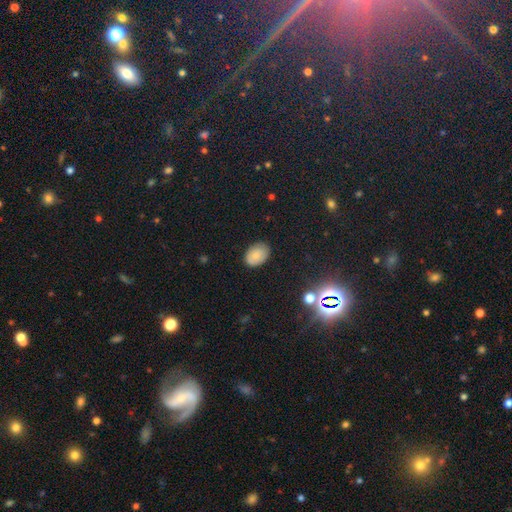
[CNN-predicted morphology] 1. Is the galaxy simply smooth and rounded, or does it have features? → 76% smooth, 13% featured or disk, 10% star or artifact.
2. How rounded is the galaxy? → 81% in between, 18% round, 1% cigar-shaped.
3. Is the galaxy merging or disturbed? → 83% none, 13% minor disturbance, 3% major disturbance, 1% merger.